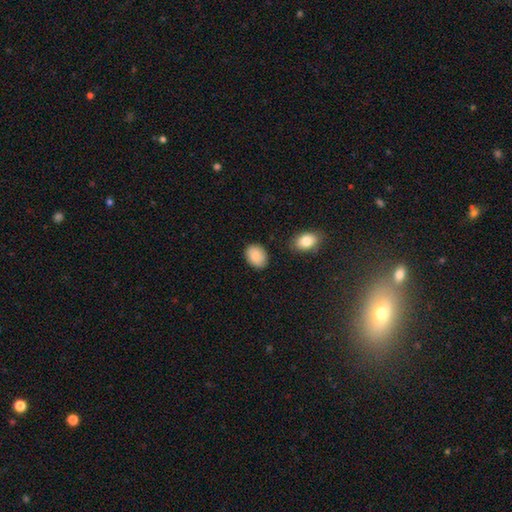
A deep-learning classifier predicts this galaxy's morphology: Smooth or featured: smooth — 88% (star or artifact — 7%)
How rounded: in between — 71% (round — 28%)
Merging: none — 82% (minor disturbance — 13%)